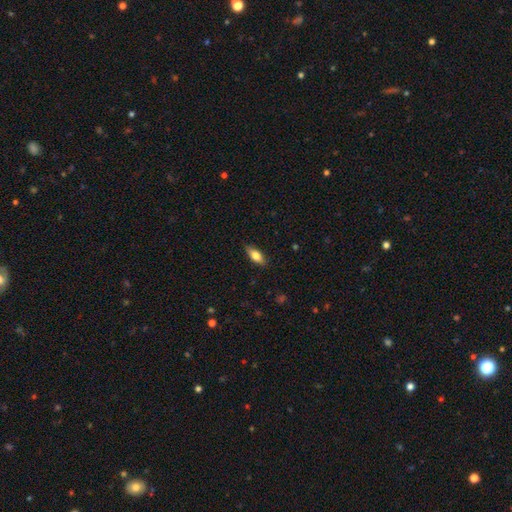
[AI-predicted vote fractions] Smooth or featured? Predicted: smooth (p=0.74). How rounded? Predicted: in between (p=0.75). Merging? Predicted: none (p=0.87).